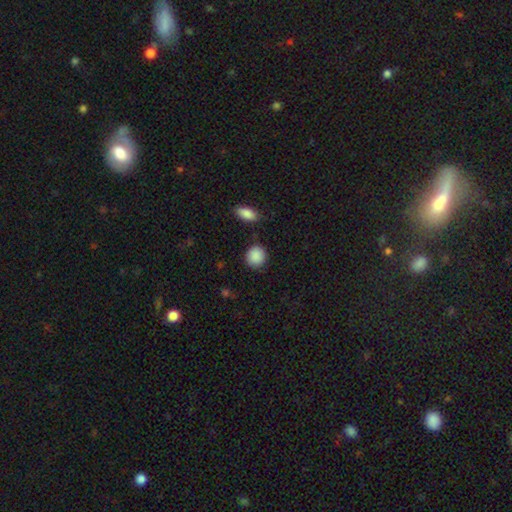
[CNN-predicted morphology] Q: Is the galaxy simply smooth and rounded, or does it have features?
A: smooth — 90%.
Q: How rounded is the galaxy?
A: round — 83%.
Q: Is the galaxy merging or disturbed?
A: none — 85%.